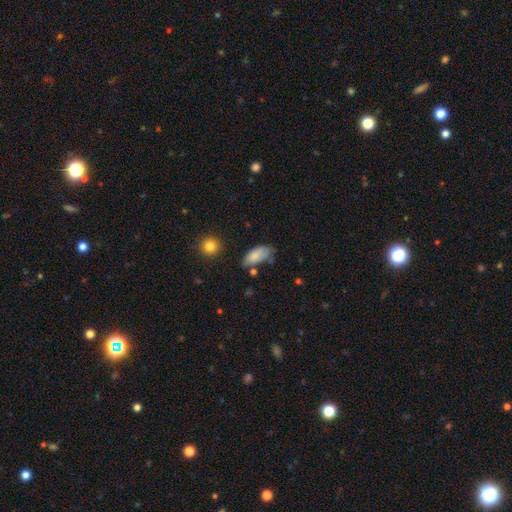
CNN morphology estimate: This is likely a smooth galaxy (77%). How rounded: clearly in between (91%). Merging: possibly none (52%).